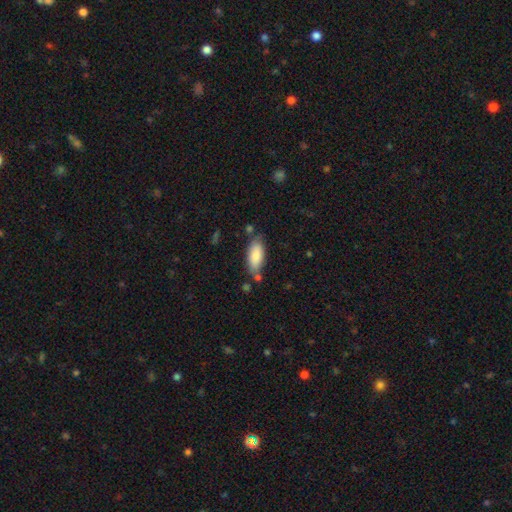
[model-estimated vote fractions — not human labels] A smooth galaxy with no disk features (84%) that is in between round and cigar-shaped (85%).

Vote fractions:
- Smooth or featured? smooth: 84% / featured or disk: 10% / star or artifact: 6%
- How rounded? in between: 85% / cigar-shaped: 13% / round: 2%
- Merging? none: 67% / minor disturbance: 19% / merger: 9% / major disturbance: 4%